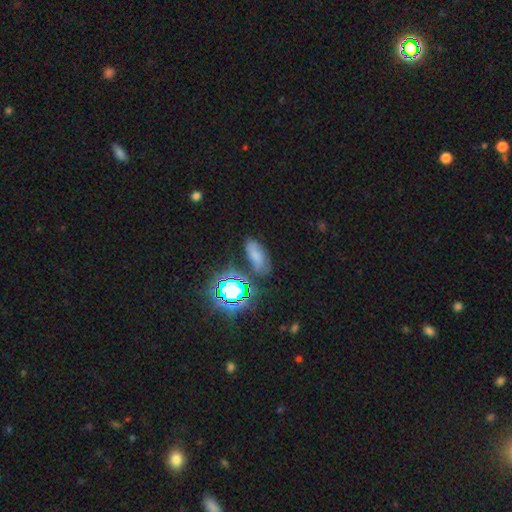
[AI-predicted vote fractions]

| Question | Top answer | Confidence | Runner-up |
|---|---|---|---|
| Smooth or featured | smooth | 54% | star or artifact (29%) |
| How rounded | in between | 80% | cigar-shaped (12%) |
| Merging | none | 63% | minor disturbance (21%) |